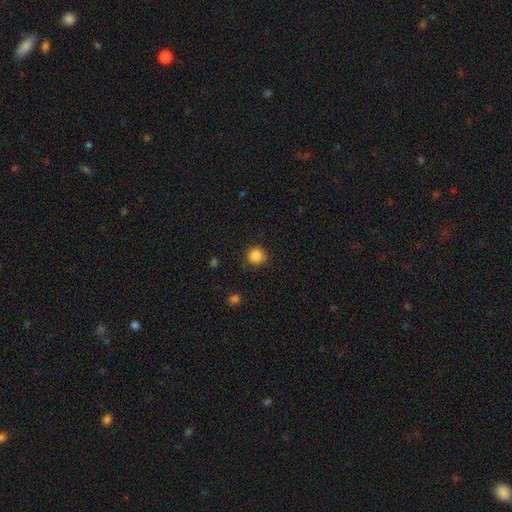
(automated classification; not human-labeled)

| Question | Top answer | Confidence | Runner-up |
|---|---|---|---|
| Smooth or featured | smooth | 86% | star or artifact (11%) |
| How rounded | round | 92% | in between (7%) |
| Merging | none | 82% | minor disturbance (13%) |